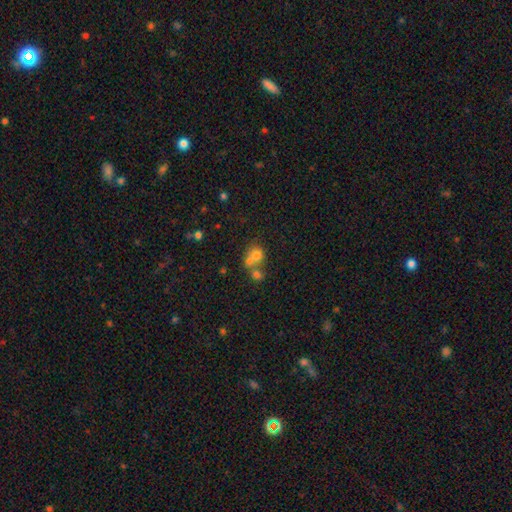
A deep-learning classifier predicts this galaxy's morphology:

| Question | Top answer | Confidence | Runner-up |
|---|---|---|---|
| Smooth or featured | smooth | 70% | featured or disk (16%) |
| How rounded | round | 76% | in between (23%) |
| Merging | merger | 57% | none (32%) |